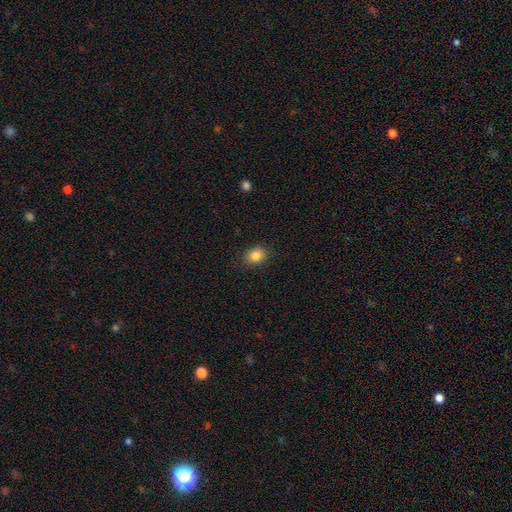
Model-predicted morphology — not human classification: smooth_or_featured: smooth (p=0.84) [alt: star or artifact p=0.10]
how_rounded: in between (p=0.51) [alt: round p=0.48]
merging: none (p=0.88) [alt: minor disturbance p=0.09]